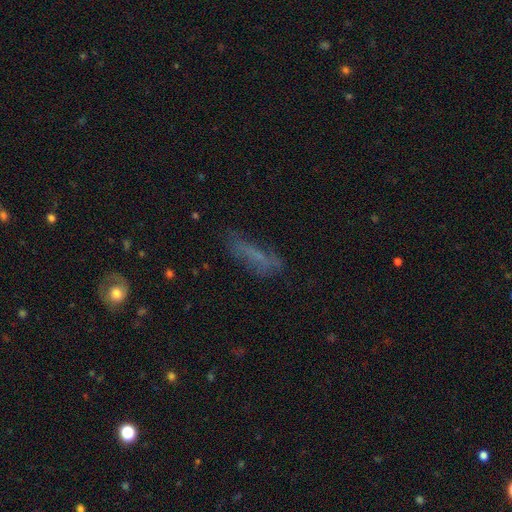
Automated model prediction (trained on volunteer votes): smooth_or_featured: smooth (p=0.52) [alt: featured or disk p=0.32]
how_rounded: cigar-shaped (p=0.62) [alt: in between p=0.35]
merging: none (p=0.58) [alt: minor disturbance p=0.24]